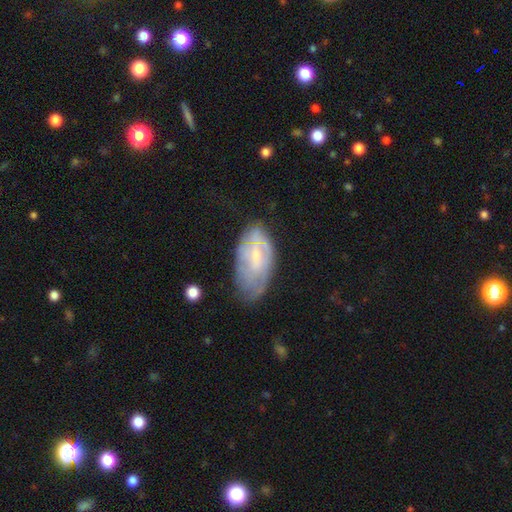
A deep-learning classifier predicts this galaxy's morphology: Smooth or featured: featured or disk — 57% (smooth — 36%)
Edge-on disk: no — 93% (yes — 7%)
Bar: no — 52% (weak — 41%)
Spiral arms: yes — 61% (no — 39%)
Bulge size: small — 58% (moderate — 32%)
Merging: none — 54% (minor disturbance — 32%)